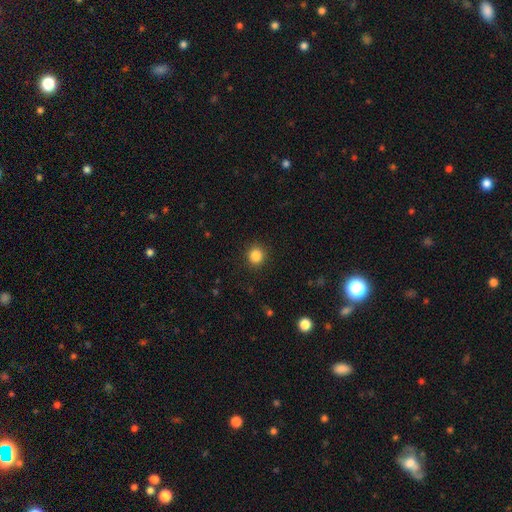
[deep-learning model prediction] Smooth or featured: smooth — 85% (star or artifact — 11%)
How rounded: round — 90% (in between — 9%)
Merging: none — 91% (minor disturbance — 6%)